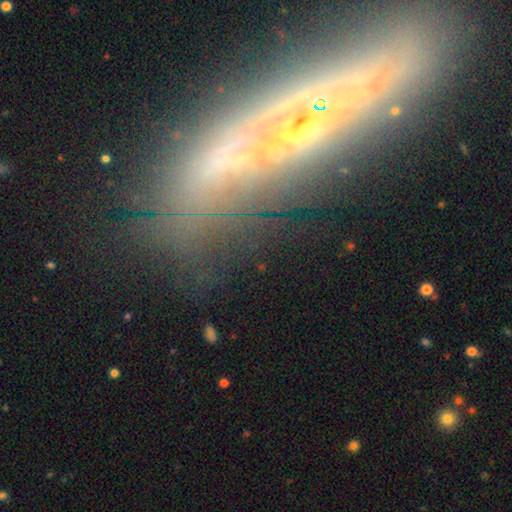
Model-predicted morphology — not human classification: A featured or disk galaxy (66%) viewed edge-on (55%). Merging: none (71%).